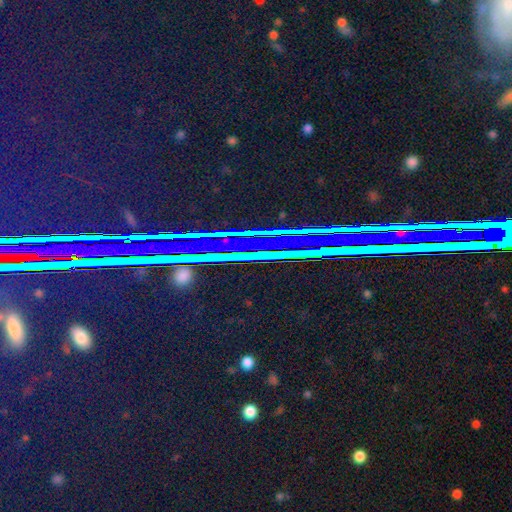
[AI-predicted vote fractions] Smooth or featured: star or artifact — 83% (featured or disk — 9%)